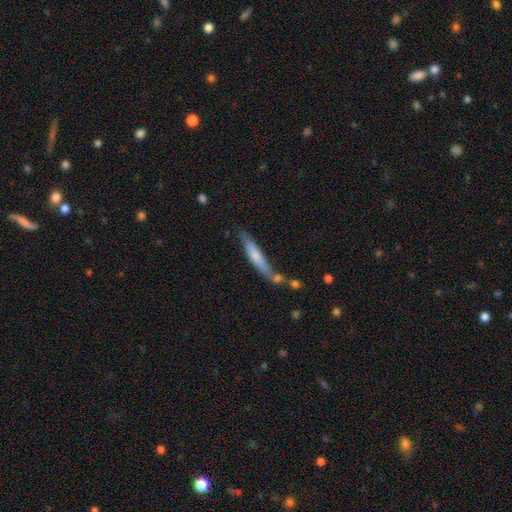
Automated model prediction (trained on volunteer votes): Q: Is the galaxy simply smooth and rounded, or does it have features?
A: smooth — 63%.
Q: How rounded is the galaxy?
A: cigar-shaped — 91%.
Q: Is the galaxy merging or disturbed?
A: none — 59%.